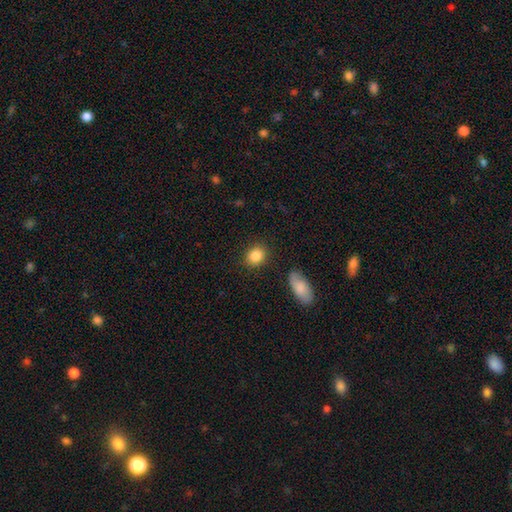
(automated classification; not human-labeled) Q: Smooth or featured?
A: smooth (87%); runner-up: star or artifact (8%)
Q: How rounded?
A: round (58%); runner-up: in between (41%)
Q: Merging?
A: none (86%); runner-up: minor disturbance (9%)